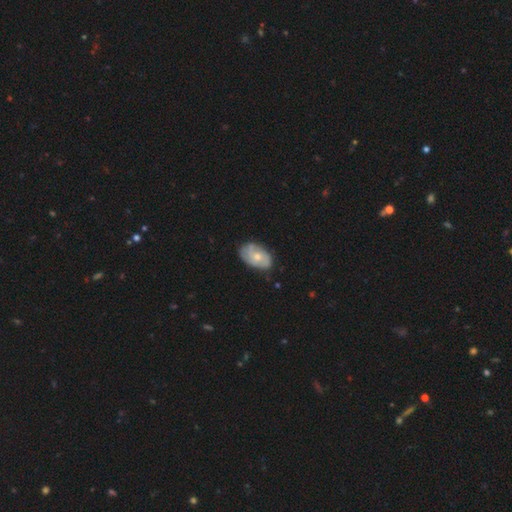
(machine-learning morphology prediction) type=featured or disk (58%); edge-on=no (96%); bar=no (79%); spiral arms=yes (78%); bulge=moderate (51%); merging=none (69%).